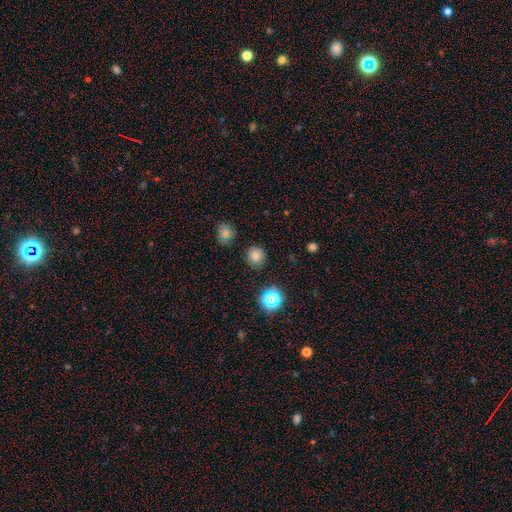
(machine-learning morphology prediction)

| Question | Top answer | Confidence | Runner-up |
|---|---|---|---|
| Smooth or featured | smooth | 78% | star or artifact (16%) |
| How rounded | round | 92% | in between (8%) |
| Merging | none | 87% | minor disturbance (8%) |